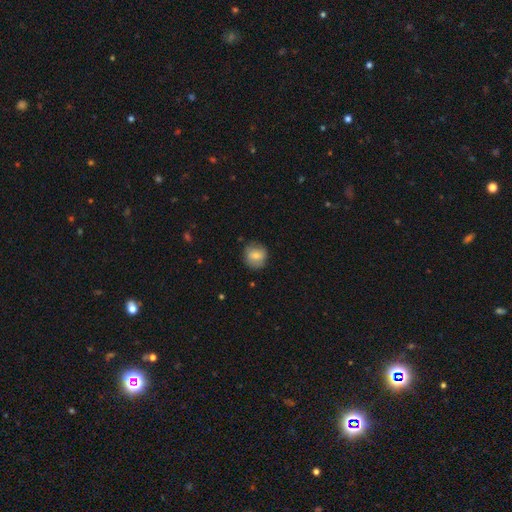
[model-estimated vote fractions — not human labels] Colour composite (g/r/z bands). It shows a smooth galaxy with no disk features (71%) that is round (85%). Merging: none (79%).